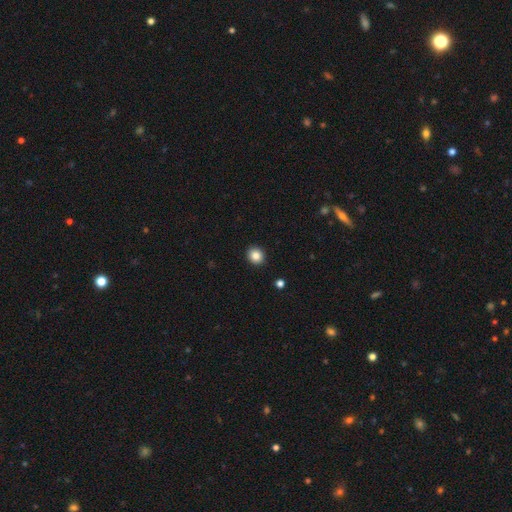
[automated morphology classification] Smooth or featured?
  - smooth: 86% *
  - star or artifact: 10%
  - featured or disk: 5%
How rounded?
  - round: 82% *
  - in between: 17%
  - cigar-shaped: 1%
Merging?
  - none: 92% *
  - minor disturbance: 5%
  - major disturbance: 2%
  - merger: 1%